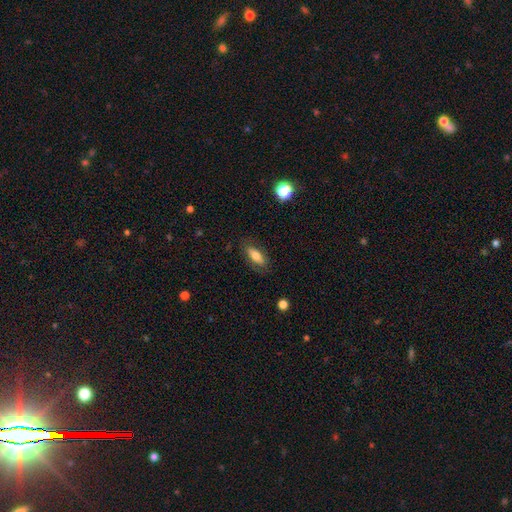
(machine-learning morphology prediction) A smooth galaxy with no disk features (67%) that is in between round and cigar-shaped (75%). Merging: none (79%).